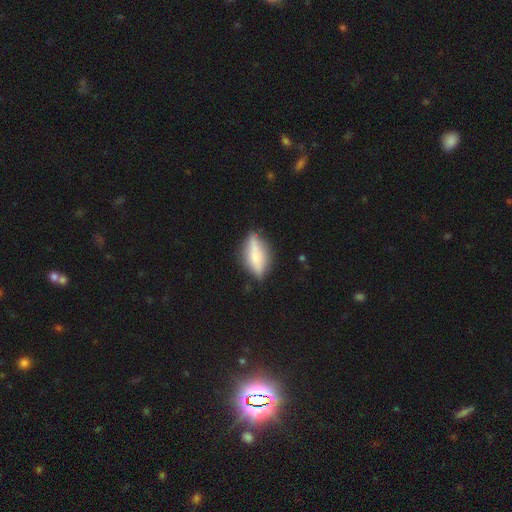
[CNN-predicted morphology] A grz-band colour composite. It shows a smooth galaxy with no disk features (53%) that is in between round and cigar-shaped (56%). Merging: none (78%).